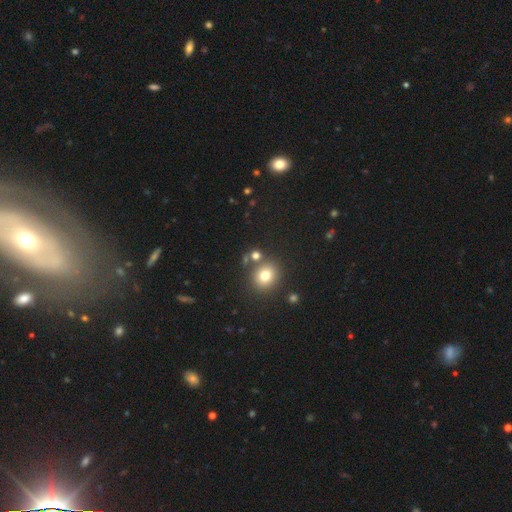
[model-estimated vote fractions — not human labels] Smooth or featured?
  - smooth: 74% *
  - star or artifact: 17%
  - featured or disk: 9%
How rounded?
  - round: 81% *
  - in between: 18%
  - cigar-shaped: 1%
Merging?
  - none: 74% *
  - merger: 13%
  - minor disturbance: 9%
  - major disturbance: 4%